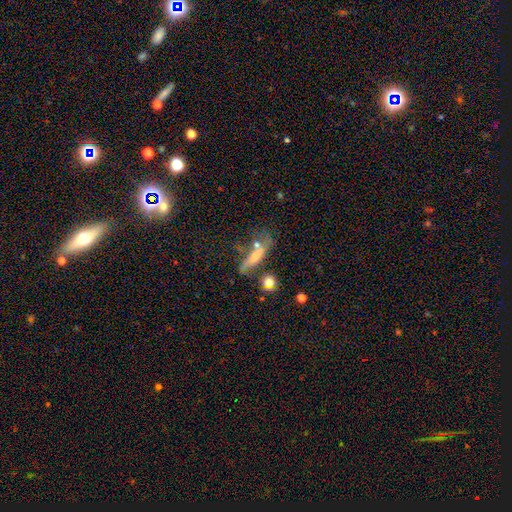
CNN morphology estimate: Smooth or featured?
  - smooth: 50% *
  - featured or disk: 37%
  - star or artifact: 12%
How rounded?
  - cigar-shaped: 70% *
  - in between: 25%
  - round: 6%
Merging?
  - none: 41% *
  - minor disturbance: 21%
  - major disturbance: 19%
  - merger: 18%